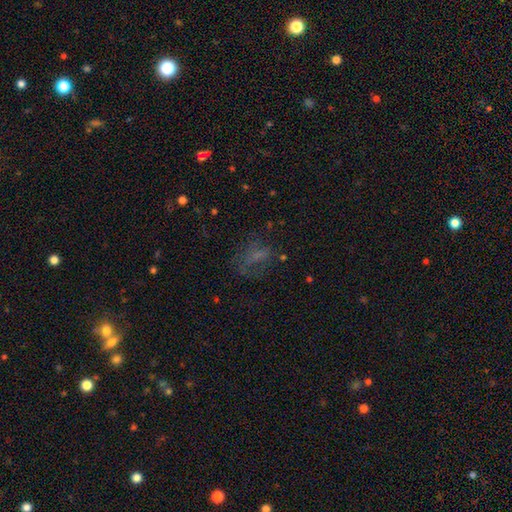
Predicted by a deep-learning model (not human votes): A smooth galaxy with no disk features (45%).

Vote fractions:
- Smooth or featured? smooth: 45% / featured or disk: 30% / star or artifact: 26%
- Merging? none: 48% / major disturbance: 29% / minor disturbance: 20% / merger: 3%